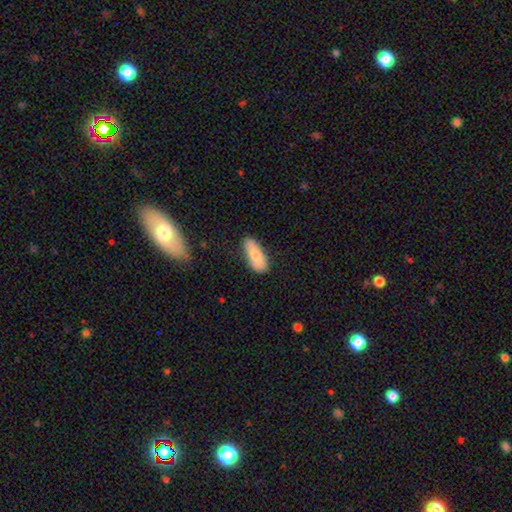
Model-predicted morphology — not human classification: type=smooth (74%); roundness=in between (76%); merging=none (78%).